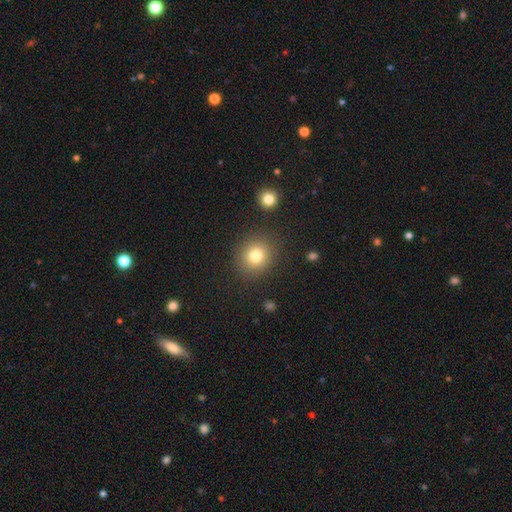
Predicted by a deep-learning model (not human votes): smooth_or_featured: smooth (p=0.79) [alt: star or artifact p=0.12]
how_rounded: round (p=0.82) [alt: in between p=0.17]
merging: none (p=0.86) [alt: minor disturbance p=0.08]